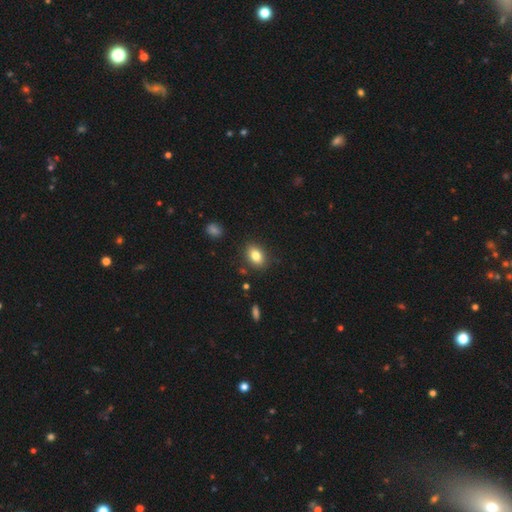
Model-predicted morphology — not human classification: A smooth galaxy with no disk features (82%) that is in between round and cigar-shaped (79%). Merging: none (86%).